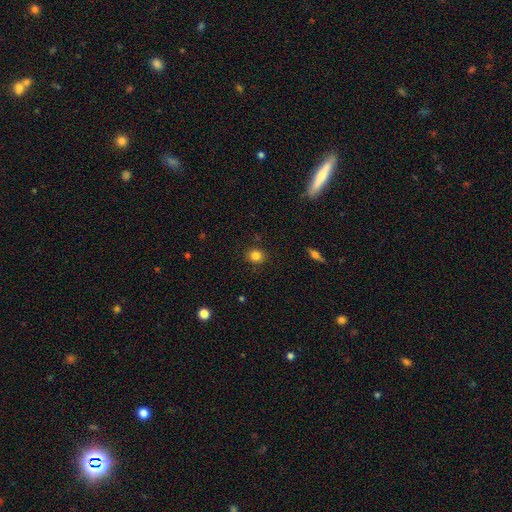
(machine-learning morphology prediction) Smooth or featured?
  - smooth: 83% *
  - star or artifact: 11%
  - featured or disk: 6%
How rounded?
  - round: 71% *
  - in between: 28%
  - cigar-shaped: 1%
Merging?
  - none: 88% *
  - minor disturbance: 8%
  - major disturbance: 2%
  - merger: 1%